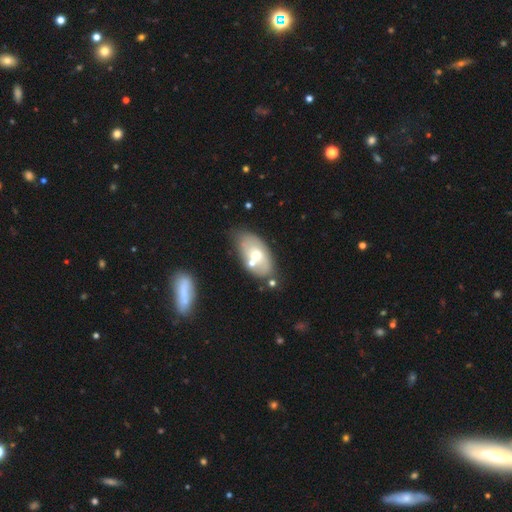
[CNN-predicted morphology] A smooth galaxy with no disk features (52%) that is in between round and cigar-shaped (91%). Merging: none (58%).